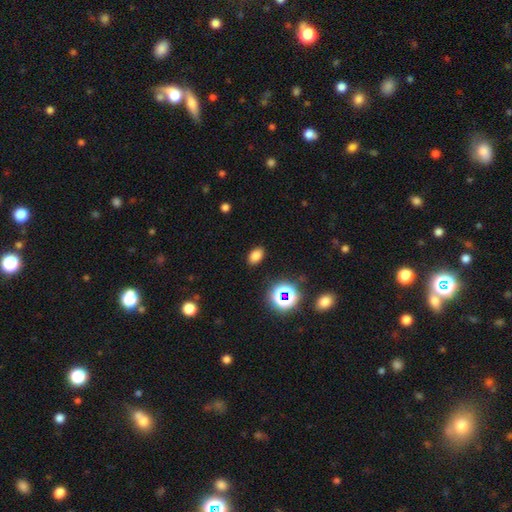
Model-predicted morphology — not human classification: A smooth galaxy with no disk features (76%) that is in between round and cigar-shaped (85%).

Vote fractions:
- Smooth or featured? smooth: 76% / star or artifact: 18% / featured or disk: 6%
- How rounded? in between: 85% / round: 13% / cigar-shaped: 1%
- Merging? none: 88% / minor disturbance: 8% / major disturbance: 3% / merger: 1%